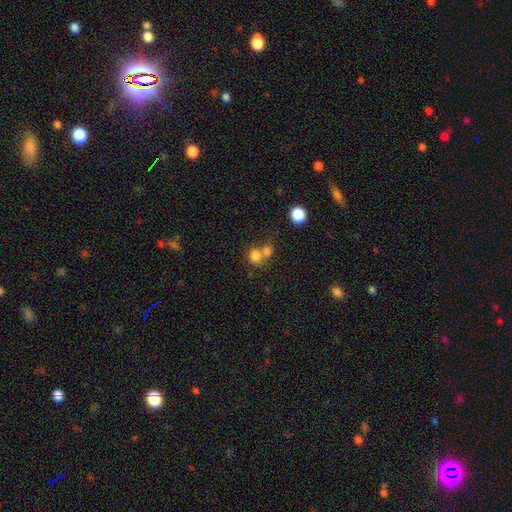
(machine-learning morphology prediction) smooth-or-featured: smooth: 78% | star or artifact: 12% | featured or disk: 10%
  how-rounded: round: 74% | in between: 25% | cigar-shaped: 1%
  merging: merger: 52% | none: 38% | minor disturbance: 7% | major disturbance: 4%